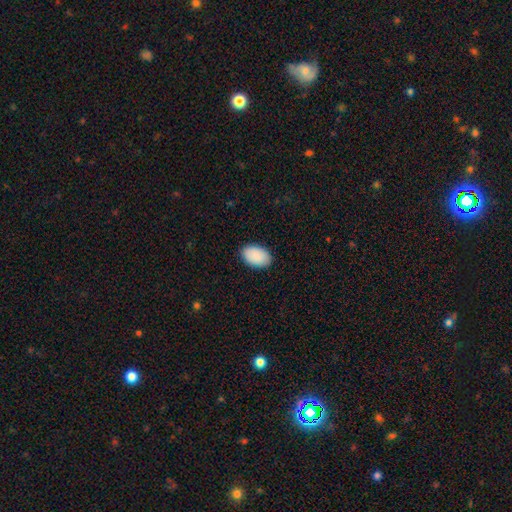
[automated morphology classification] smooth-or-featured: smooth: 91% | star or artifact: 6% | featured or disk: 3%
  how-rounded: in between: 93% | round: 6% | cigar-shaped: 1%
  merging: none: 89% | minor disturbance: 9% | major disturbance: 2% | merger: 1%